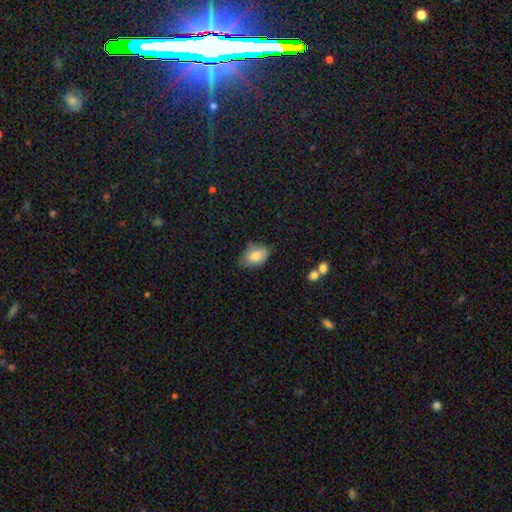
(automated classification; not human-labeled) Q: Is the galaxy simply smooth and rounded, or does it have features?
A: smooth — 81%.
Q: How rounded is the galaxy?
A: in between — 90%.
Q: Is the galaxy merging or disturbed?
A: none — 61%.